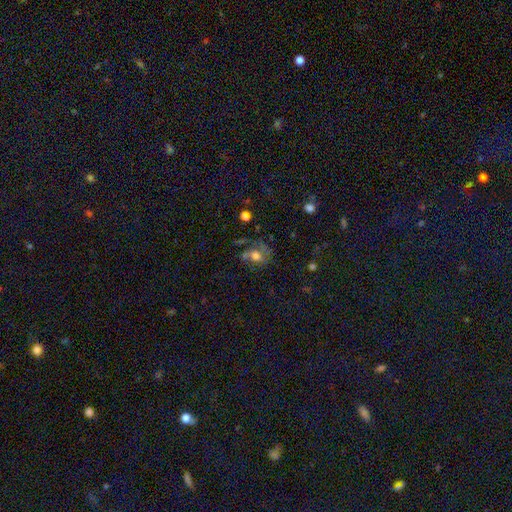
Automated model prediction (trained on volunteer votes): Smooth or featured: smooth — 47% (featured or disk — 38%)
Merging: none — 36% (major disturbance — 30%)